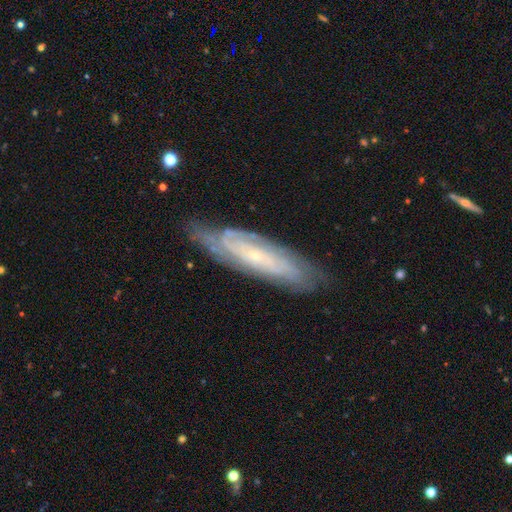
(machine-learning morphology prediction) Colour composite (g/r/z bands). It shows a featured or disk galaxy (78%) with no bar (62%), tight (69%) spiral arms (92%) and a small central bulge (80%). Merging: none (76%).